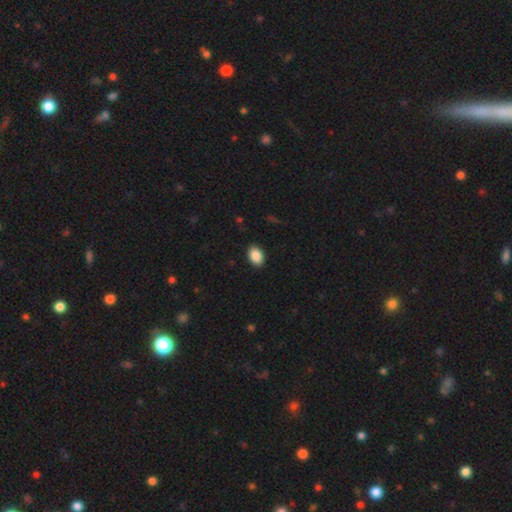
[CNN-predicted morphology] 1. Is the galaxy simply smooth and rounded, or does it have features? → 89% smooth, 7% star or artifact, 3% featured or disk.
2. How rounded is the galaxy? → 84% in between, 15% round, 1% cigar-shaped.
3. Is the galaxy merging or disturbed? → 89% none, 8% minor disturbance, 2% major disturbance, 1% merger.